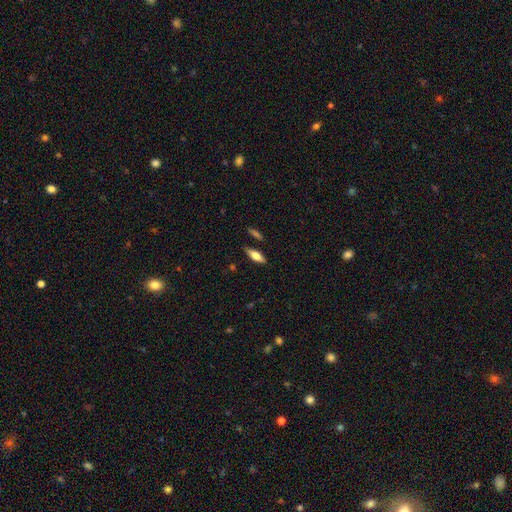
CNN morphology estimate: A smooth galaxy with no disk features (60%) that is in between round and cigar-shaped (63%). Merging: none (83%).